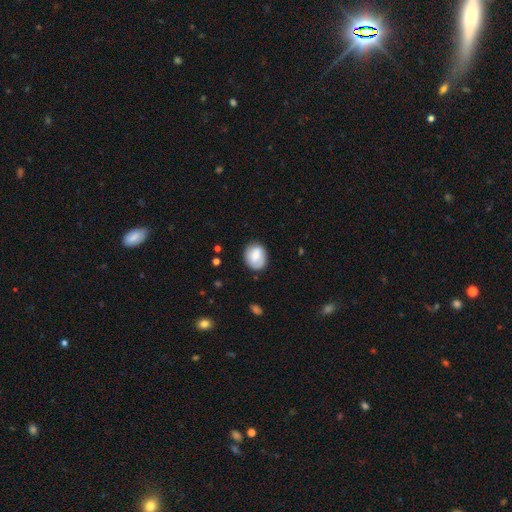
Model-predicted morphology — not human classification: smooth 74%, featured or disk 18%, star or artifact 7%. Down the decision tree: how rounded — in between (50%); merging — none (74%).